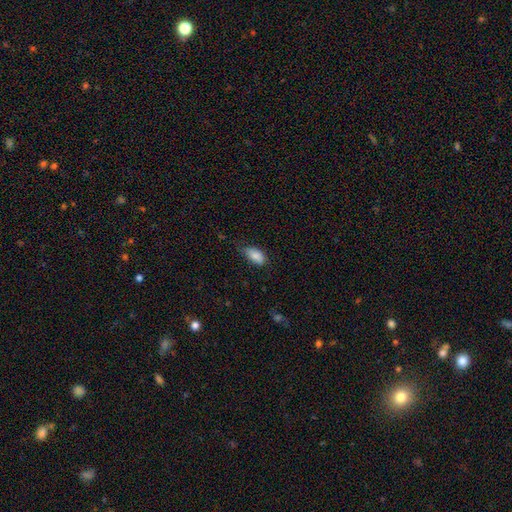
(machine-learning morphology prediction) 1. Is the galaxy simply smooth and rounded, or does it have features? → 85% smooth, 8% featured or disk, 7% star or artifact.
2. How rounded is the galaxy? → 92% in between, 4% round, 4% cigar-shaped.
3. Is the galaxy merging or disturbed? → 54% none, 36% minor disturbance, 8% major disturbance, 2% merger.